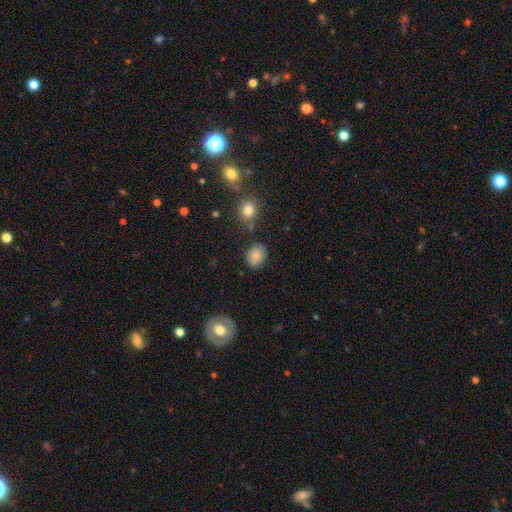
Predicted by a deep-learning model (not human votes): This appears to be a smooth galaxy with no disk features (84%) that is in between round and cigar-shaped (50%). Merging: none (80%).